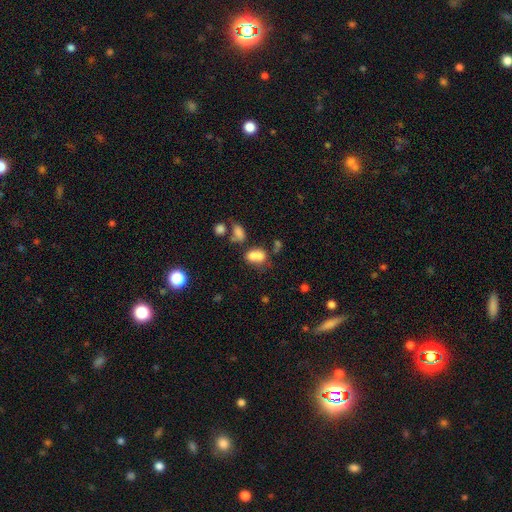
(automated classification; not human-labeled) Smooth or featured?
  - smooth: 71% *
  - featured or disk: 15%
  - star or artifact: 13%
How rounded?
  - in between: 66% *
  - round: 32%
  - cigar-shaped: 2%
Merging?
  - merger: 57% *
  - none: 26%
  - minor disturbance: 11%
  - major disturbance: 7%